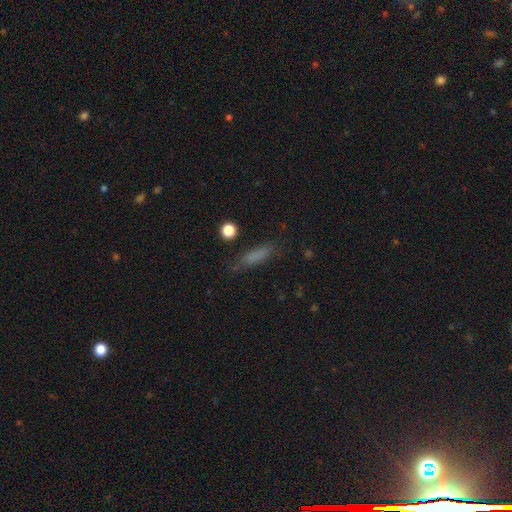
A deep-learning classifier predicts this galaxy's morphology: smooth-or-featured: smooth: 72% | featured or disk: 15% | star or artifact: 13%
  how-rounded: cigar-shaped: 70% | in between: 27% | round: 3%
  merging: none: 76% | minor disturbance: 16% | major disturbance: 5% | merger: 2%